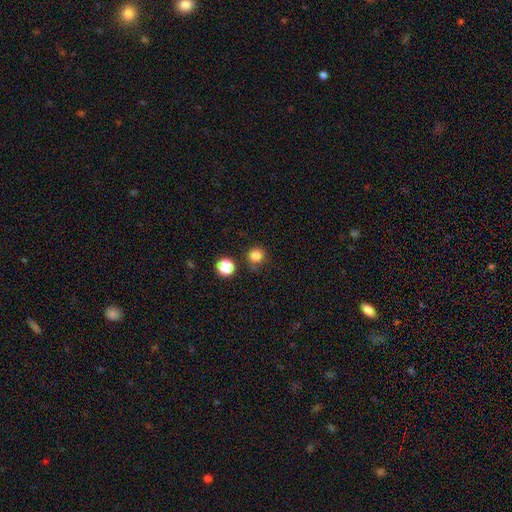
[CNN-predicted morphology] This is clearly a smooth galaxy (82%). How rounded: clearly round (92%). Merging: likely none (77%).